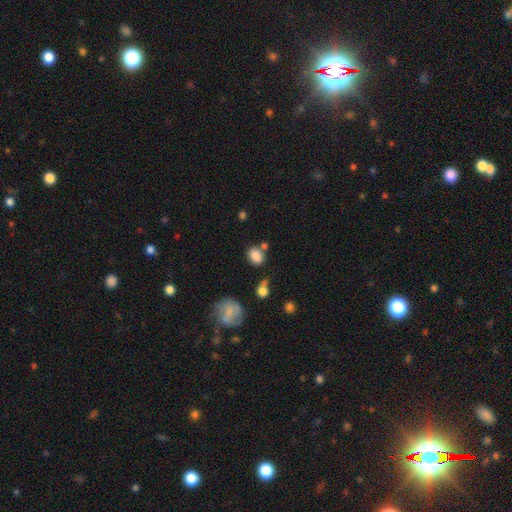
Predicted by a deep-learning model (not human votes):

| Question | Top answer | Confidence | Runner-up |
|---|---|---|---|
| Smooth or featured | smooth | 81% | star or artifact (11%) |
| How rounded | in between | 69% | round (29%) |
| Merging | none | 55% | minor disturbance (21%) |